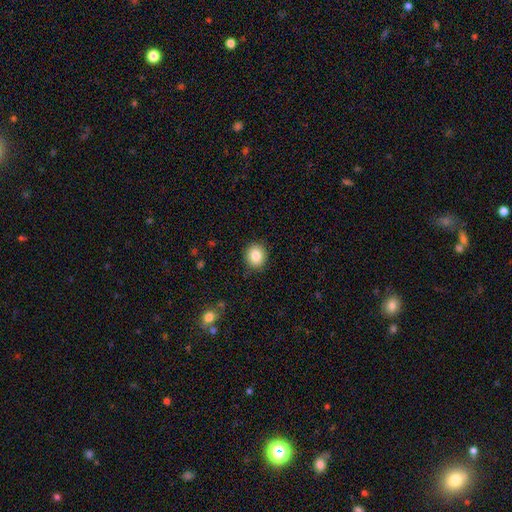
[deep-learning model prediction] The model was most divided on "how rounded": round: 79%, in between: 20%, cigar-shaped: 1%. More confident: merging — none (88%); smooth or featured — smooth (84%).